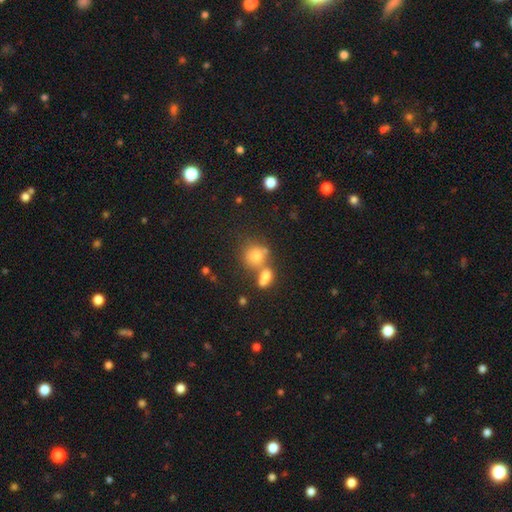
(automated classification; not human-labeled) Morphology: type=smooth (76%); roundness=round (77%); merging=none (43%).